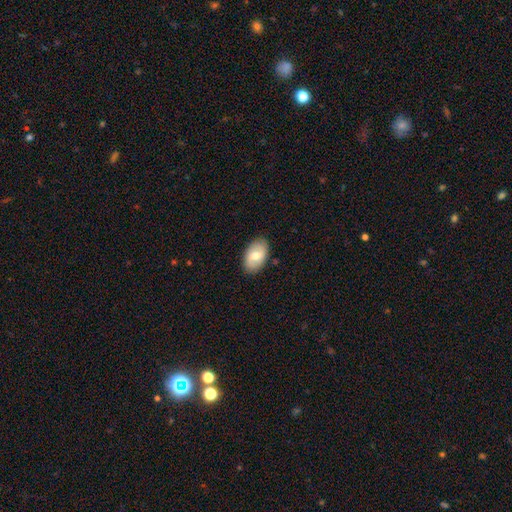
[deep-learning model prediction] smooth 67%, featured or disk 27%, star or artifact 6%. Down the decision tree: how rounded — in between (92%); merging — none (87%).